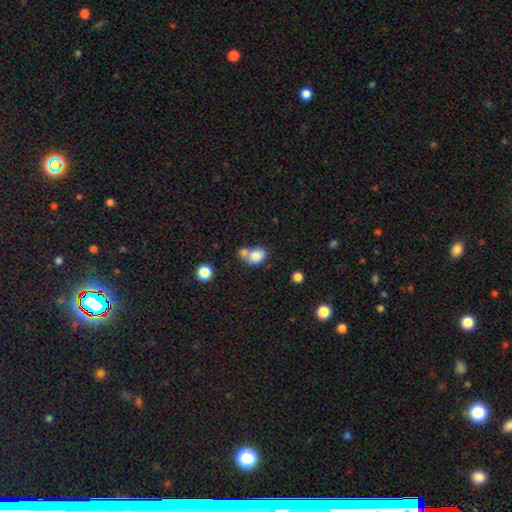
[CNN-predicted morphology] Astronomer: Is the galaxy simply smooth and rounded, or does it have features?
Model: smooth — 82%.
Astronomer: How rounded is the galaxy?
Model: round — 50% (runner-up: in between, 49%).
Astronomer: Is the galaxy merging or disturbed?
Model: merger — 45% (runner-up: none, 38%).